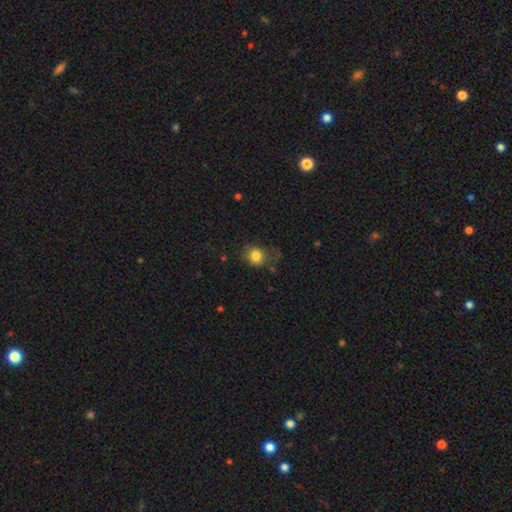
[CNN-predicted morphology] type=smooth (81%); roundness=round (69%); merging=none (58%).